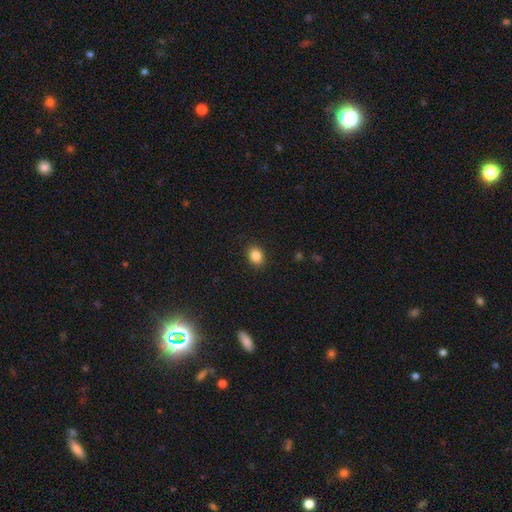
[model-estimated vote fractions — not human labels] Smooth or featured? Predicted: smooth (p=0.86). How rounded? Predicted: in between (p=0.57). Merging? Predicted: none (p=0.90).